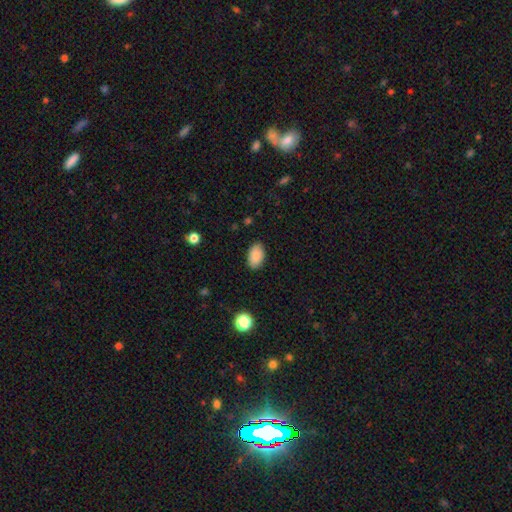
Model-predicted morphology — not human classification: A smooth galaxy with no disk features (89%) that is in between round and cigar-shaped (93%). Merging: none (87%).